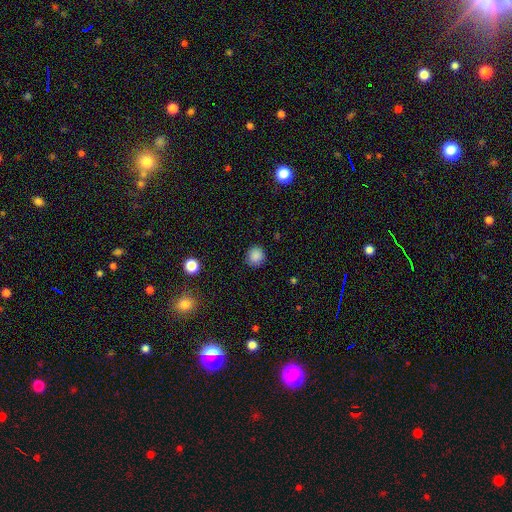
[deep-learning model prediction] This appears to be a smooth galaxy with no disk features (86%) that is round (90%). Merging: none (89%).